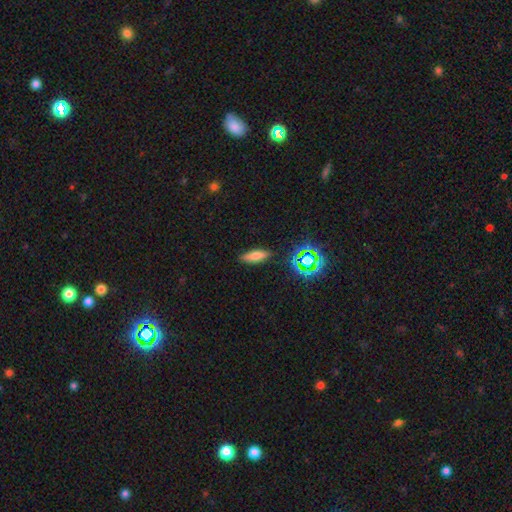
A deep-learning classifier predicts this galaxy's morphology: A smooth galaxy with no disk features (71%) that is in between round and cigar-shaped (50%). Merging: none (86%).